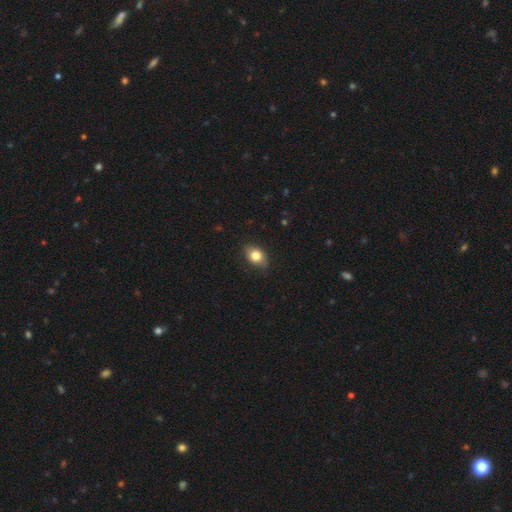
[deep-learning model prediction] Morphology: type=smooth (82%); roundness=in between (74%); merging=none (84%).